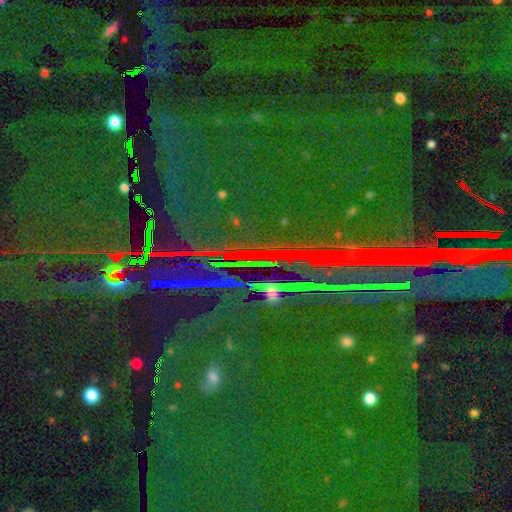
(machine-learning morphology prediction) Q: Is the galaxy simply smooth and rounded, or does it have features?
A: star or artifact — 86%.